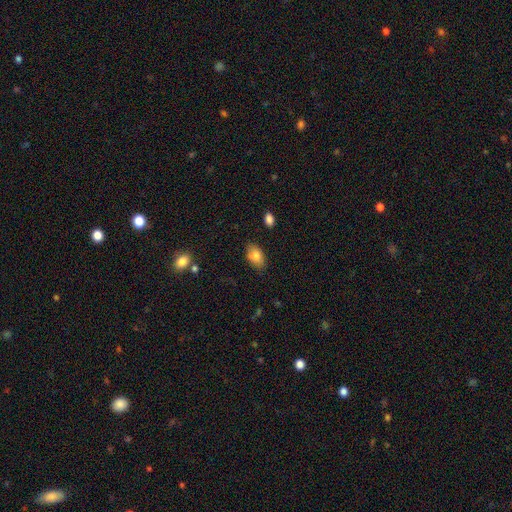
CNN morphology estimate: smooth_or_featured: smooth (p=0.81) [alt: featured or disk p=0.12]
how_rounded: in between (p=0.91) [alt: round p=0.07]
merging: none (p=0.83) [alt: minor disturbance p=0.13]